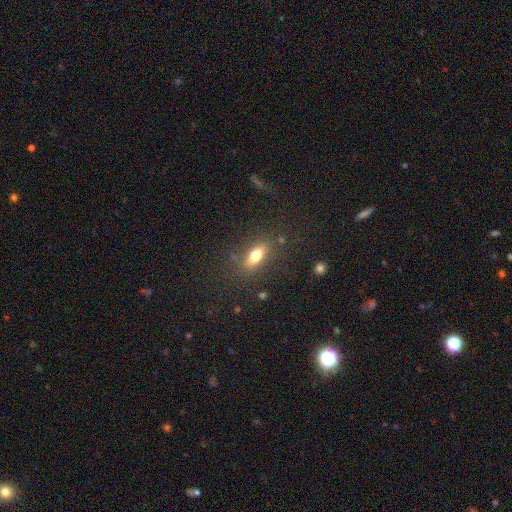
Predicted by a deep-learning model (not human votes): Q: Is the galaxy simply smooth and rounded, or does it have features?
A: smooth — 70%.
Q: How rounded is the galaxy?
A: in between — 72%.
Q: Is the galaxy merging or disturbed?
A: none — 80%.